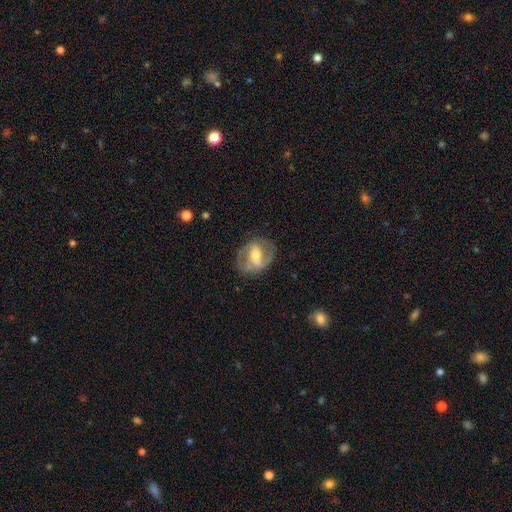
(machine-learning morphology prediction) Q: Smooth or featured?
A: featured or disk (79%); runner-up: smooth (15%)
Q: Edge-on disk?
A: no (96%); runner-up: yes (4%)
Q: Bar?
A: strong (48%); runner-up: weak (38%)
Q: Spiral arms?
A: yes (87%); runner-up: no (13%)
Q: Spiral winding?
A: medium (49%); runner-up: tight (27%)
Q: Spiral arm count?
A: 2 (84%); runner-up: can't tell (8%)
Q: Bulge size?
A: moderate (61%); runner-up: small (30%)
Q: Merging?
A: none (76%); runner-up: minor disturbance (15%)